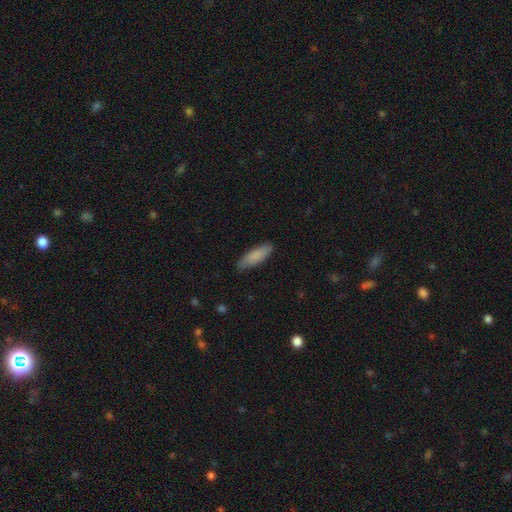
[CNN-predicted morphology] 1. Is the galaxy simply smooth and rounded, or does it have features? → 85% smooth, 9% featured or disk, 5% star or artifact.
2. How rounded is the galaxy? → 55% in between, 43% cigar-shaped, 1% round.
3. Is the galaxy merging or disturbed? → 85% none, 12% minor disturbance, 2% major disturbance, 1% merger.